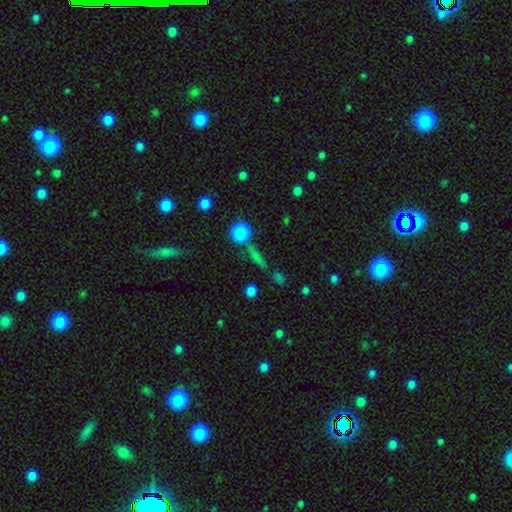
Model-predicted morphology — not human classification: This appears to be a smooth galaxy with no disk features (58%) that is cigar-shaped (55%). Merging: none (77%).